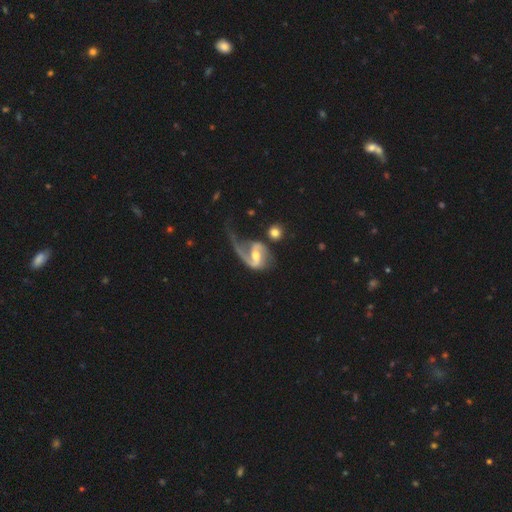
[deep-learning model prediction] Smooth or featured? featured or disk (87%)
Edge-on disk? no (97%)
Bar? weak (45%)
Spiral arms? yes (95%)
Spiral winding? loose (50%)
Spiral arm count? 2 (60%)
Bulge size? moderate (67%)
Merging? major disturbance (40%)